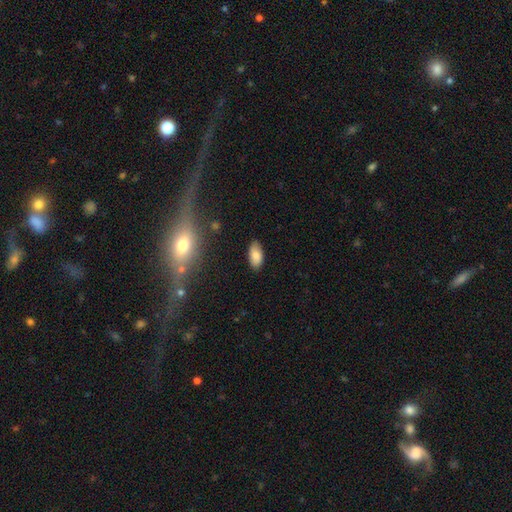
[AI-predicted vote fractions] Q: Smooth or featured?
A: smooth (82%); runner-up: featured or disk (10%)
Q: How rounded?
A: in between (94%); runner-up: cigar-shaped (3%)
Q: Merging?
A: none (86%); runner-up: minor disturbance (11%)